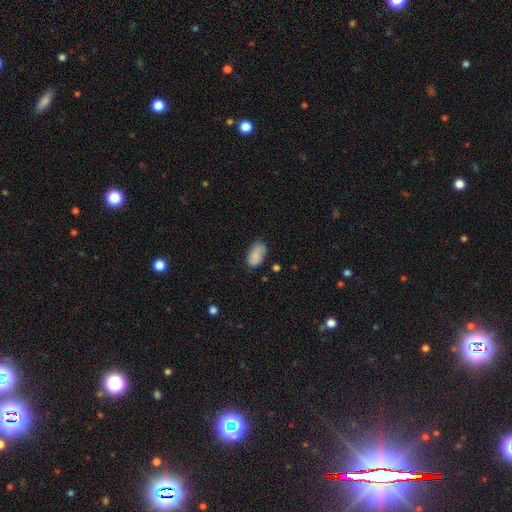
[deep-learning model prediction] smooth 80%, featured or disk 12%, star or artifact 8%. Down the decision tree: how rounded — in between (93%); merging — none (64%).